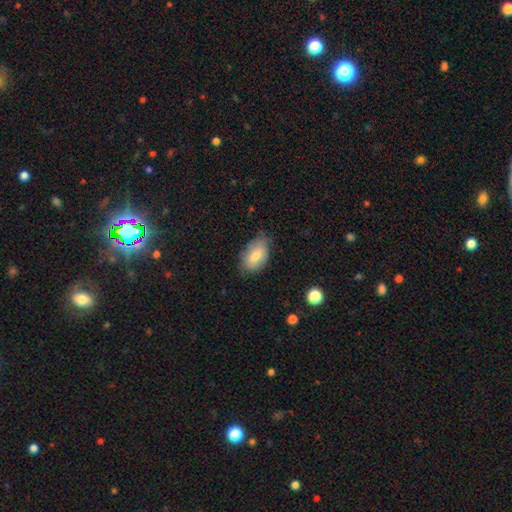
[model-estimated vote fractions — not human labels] Smooth or featured? Predicted: smooth (p=0.76). How rounded? Predicted: in between (p=0.91). Merging? Predicted: none (p=0.63).